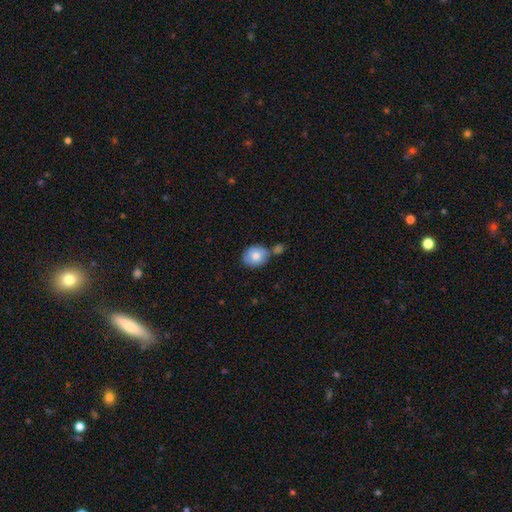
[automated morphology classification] type=smooth (80%); roundness=round (65%); merging=none (55%).